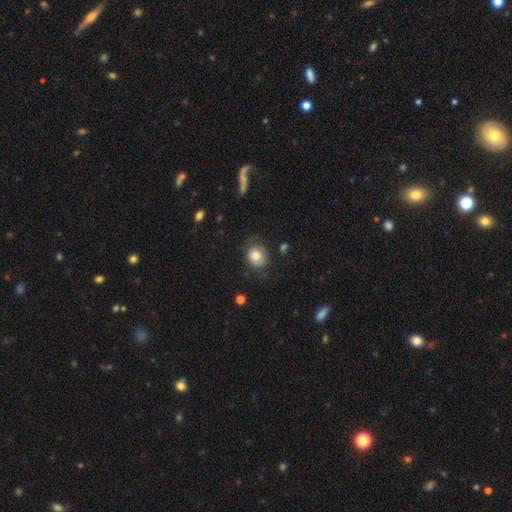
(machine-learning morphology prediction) This appears to be a smooth galaxy with no disk features (80%) that is round (57%). Merging: none (69%).